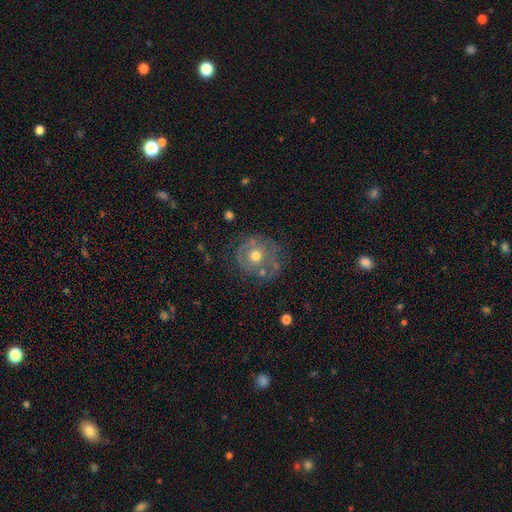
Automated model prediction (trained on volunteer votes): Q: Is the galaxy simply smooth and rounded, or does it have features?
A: featured or disk — 47%.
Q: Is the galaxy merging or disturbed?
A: none — 61%.